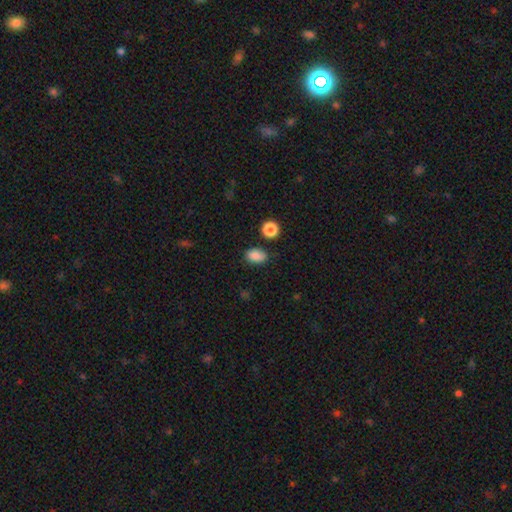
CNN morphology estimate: This appears to be a smooth galaxy with no disk features (86%) that is in between round and cigar-shaped (79%). Merging: none (78%).